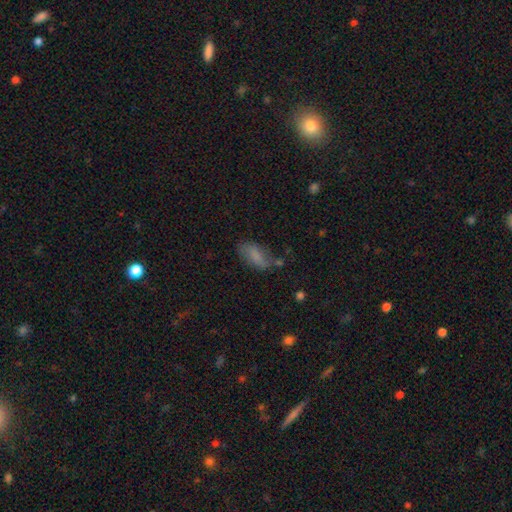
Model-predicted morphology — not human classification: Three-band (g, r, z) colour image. It shows a smooth galaxy with no disk features (74%) that is in between round and cigar-shaped (86%). Merging: none (59%).